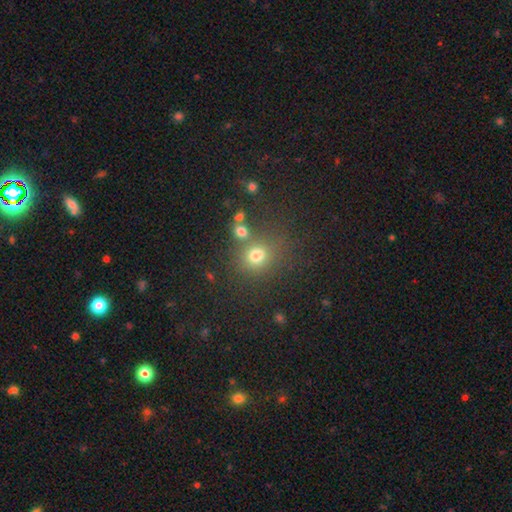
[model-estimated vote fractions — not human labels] Morphology: type=smooth (70%); roundness=round (74%); merging=none (58%).